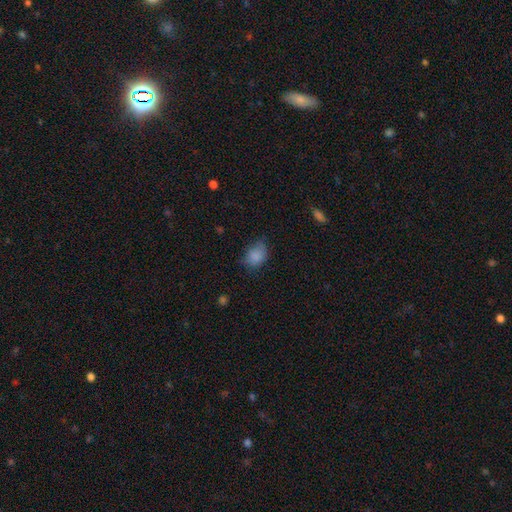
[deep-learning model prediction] Overall: smooth (83%). How rounded: in between (63%; round 35%). Merging: none (56%; minor disturbance 32%).